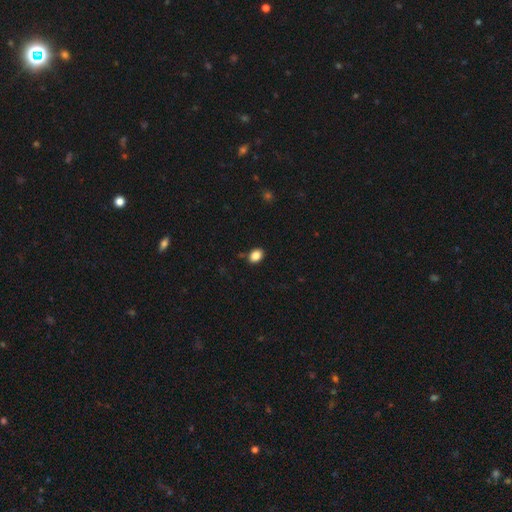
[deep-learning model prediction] This is clearly a smooth galaxy (86%). How rounded: likely in between (67%). Merging: clearly none (87%).